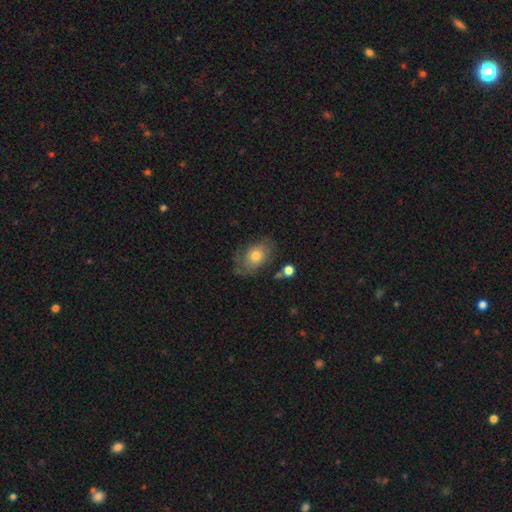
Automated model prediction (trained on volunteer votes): Smooth or featured: smooth — 58% (featured or disk — 33%)
How rounded: in between — 79% (round — 19%)
Merging: none — 57% (minor disturbance — 26%)